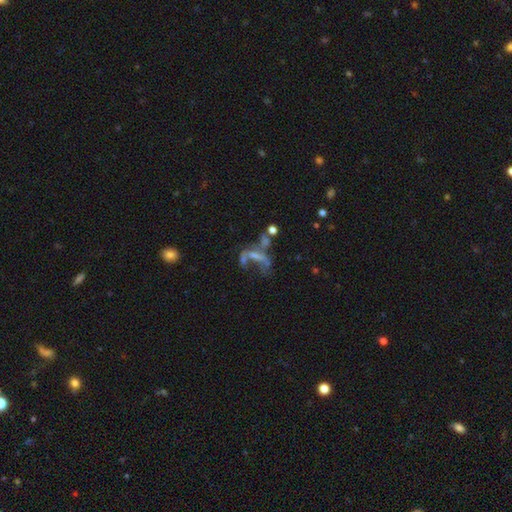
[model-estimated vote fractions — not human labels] This appears to be a featured or disk galaxy (57%) with no bar (66%), no spiral arms (69%) and no central bulge (53%). Merging: major disturbance (39%).